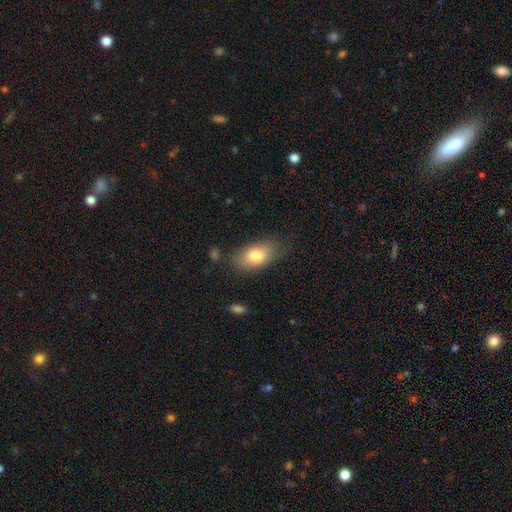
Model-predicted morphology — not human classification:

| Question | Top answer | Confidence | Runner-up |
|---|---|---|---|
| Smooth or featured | smooth | 79% | featured or disk (13%) |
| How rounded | in between | 90% | round (7%) |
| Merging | none | 75% | minor disturbance (17%) |